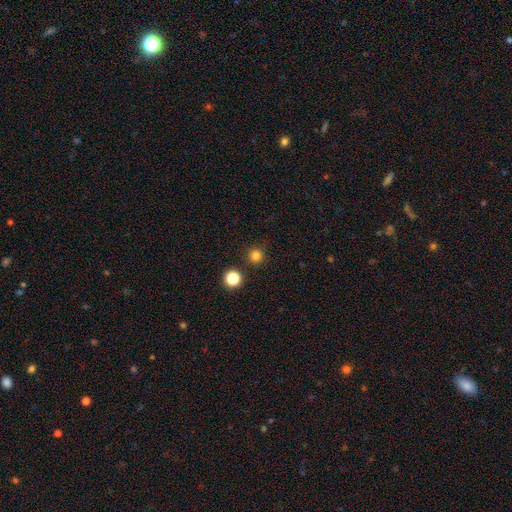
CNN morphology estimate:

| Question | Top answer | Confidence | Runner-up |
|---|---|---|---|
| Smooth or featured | smooth | 81% | star or artifact (15%) |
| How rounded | round | 96% | in between (3%) |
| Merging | none | 90% | minor disturbance (5%) |